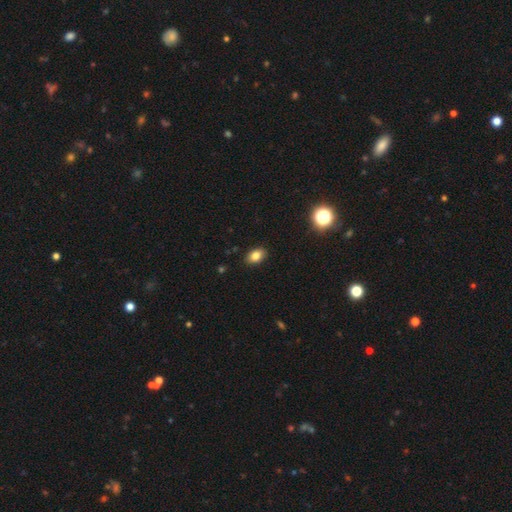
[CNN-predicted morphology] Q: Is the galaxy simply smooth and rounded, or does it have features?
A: smooth — 82%.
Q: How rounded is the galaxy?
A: in between — 85%.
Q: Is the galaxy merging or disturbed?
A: none — 88%.